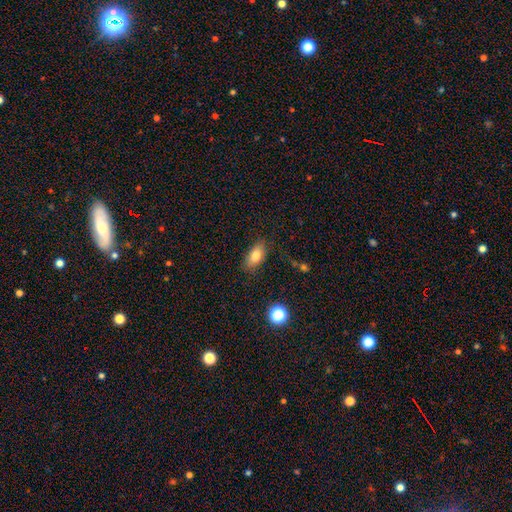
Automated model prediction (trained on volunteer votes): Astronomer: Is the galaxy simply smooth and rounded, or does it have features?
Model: smooth — 80%.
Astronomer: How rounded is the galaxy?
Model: in between — 88%.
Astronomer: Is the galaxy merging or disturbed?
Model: none — 82%.